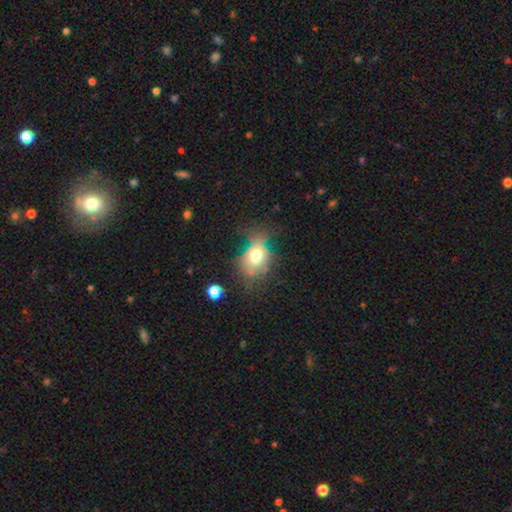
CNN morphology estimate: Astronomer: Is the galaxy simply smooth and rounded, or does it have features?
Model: smooth — 65%.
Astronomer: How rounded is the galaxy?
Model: in between — 53% (runner-up: round, 46%).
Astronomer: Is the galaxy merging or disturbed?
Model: none — 43% (runner-up: minor disturbance, 28%).